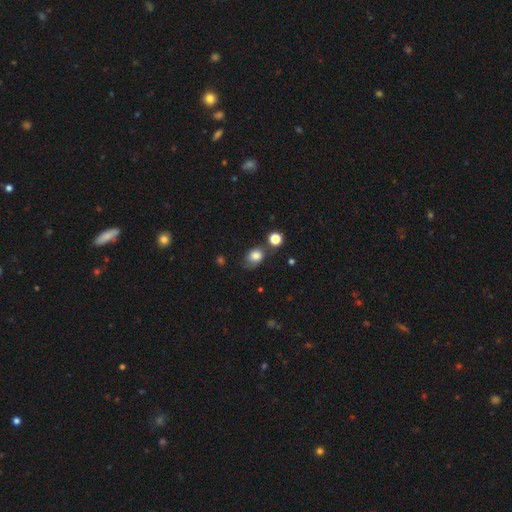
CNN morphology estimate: Smooth or featured: smooth — 81% (star or artifact — 11%)
How rounded: in between — 64% (round — 35%)
Merging: none — 56% (minor disturbance — 25%)